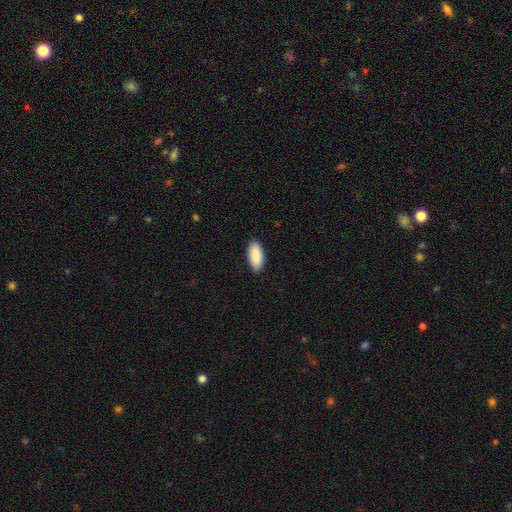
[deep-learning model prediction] smooth-or-featured: smooth: 91% | star or artifact: 5% | featured or disk: 3%
  how-rounded: in between: 87% | cigar-shaped: 11% | round: 2%
  merging: none: 90% | minor disturbance: 7% | major disturbance: 2% | merger: 1%